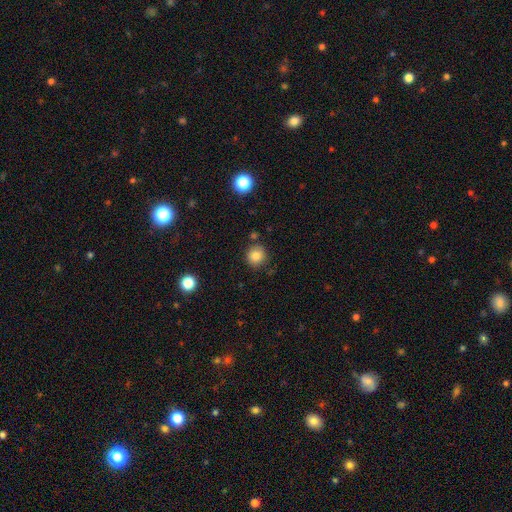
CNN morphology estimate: smooth-or-featured: smooth: 83% | star or artifact: 11% | featured or disk: 6%
  how-rounded: round: 91% | in between: 8% | cigar-shaped: 1%
  merging: none: 83% | minor disturbance: 10% | merger: 4% | major disturbance: 3%